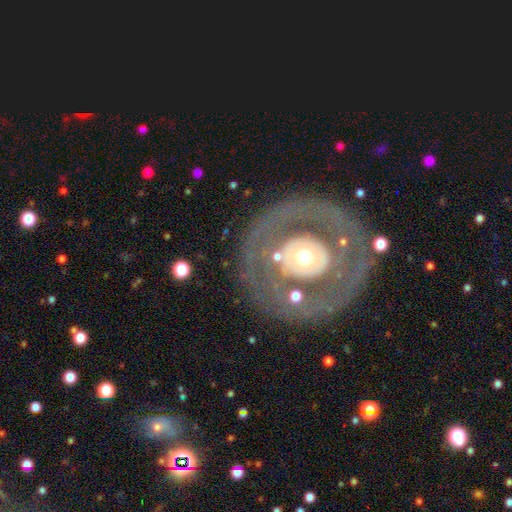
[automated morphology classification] Q: Smooth or featured?
A: featured or disk (71%); runner-up: smooth (22%)
Q: Edge-on disk?
A: no (95%); runner-up: yes (5%)
Q: Bar?
A: no (83%); runner-up: weak (11%)
Q: Spiral arms?
A: no (68%); runner-up: yes (32%)
Q: Bulge size?
A: moderate (53%); runner-up: large (21%)
Q: Merging?
A: none (76%); runner-up: minor disturbance (13%)